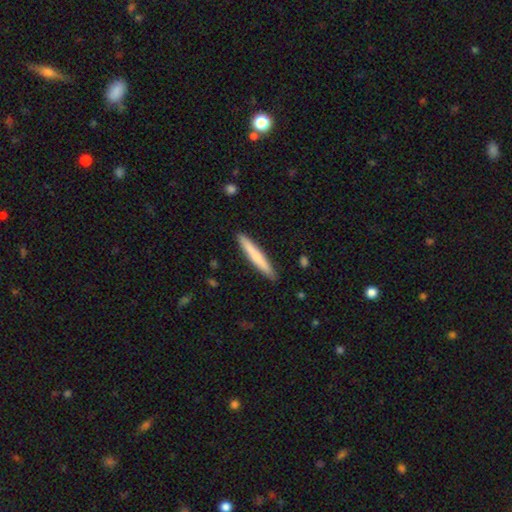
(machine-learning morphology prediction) The model was most divided on "smooth or featured": smooth: 72%, featured or disk: 23%, star or artifact: 5%. More confident: how rounded — cigar-shaped (95%); merging — none (90%).